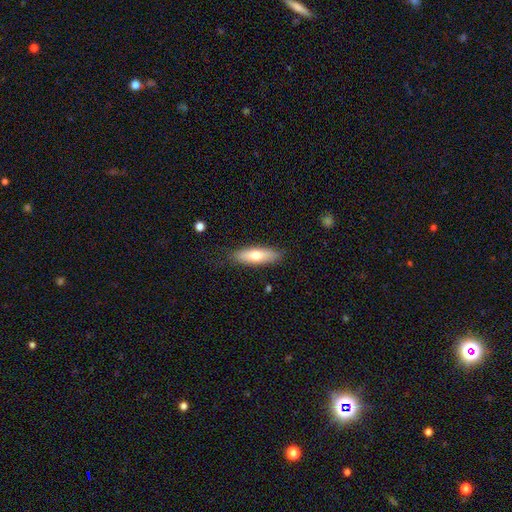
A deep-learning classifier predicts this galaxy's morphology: The model was most divided on "how rounded": in between: 49%, cigar-shaped: 48%, round: 2%. More confident: merging — none (84%); smooth or featured — smooth (66%).